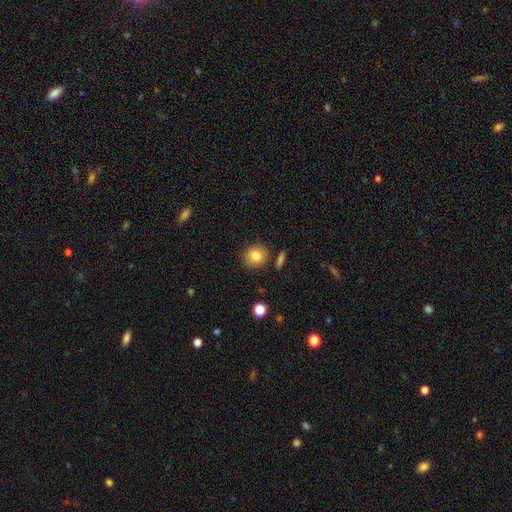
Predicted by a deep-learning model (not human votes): smooth_or_featured: smooth (p=0.82) [alt: star or artifact p=0.09]
how_rounded: round (p=0.84) [alt: in between p=0.15]
merging: none (p=0.83) [alt: minor disturbance p=0.10]